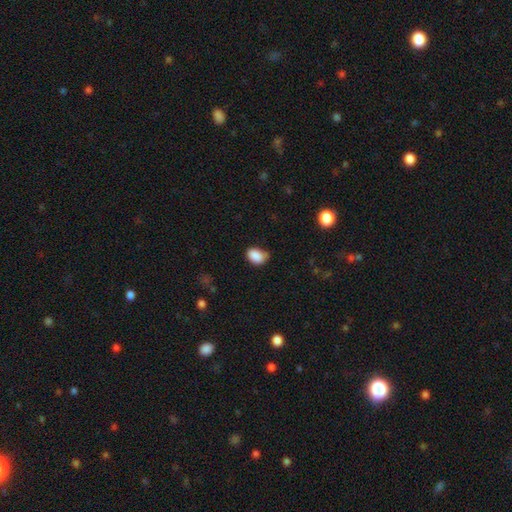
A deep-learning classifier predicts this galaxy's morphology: type=smooth (88%); roundness=in between (77%); merging=none (59%).